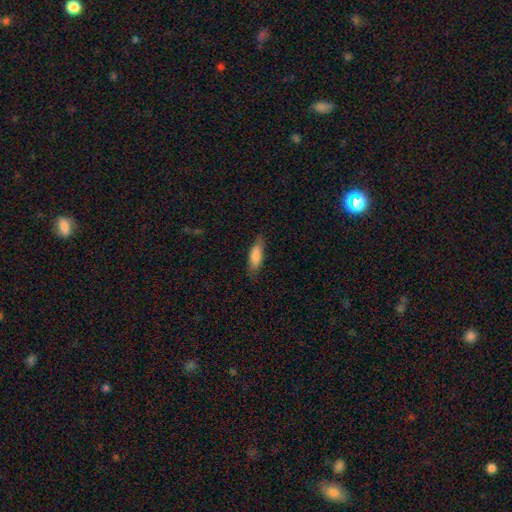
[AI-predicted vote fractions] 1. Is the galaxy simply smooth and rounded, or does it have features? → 84% smooth, 10% featured or disk, 6% star or artifact.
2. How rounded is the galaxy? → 54% in between, 44% cigar-shaped, 2% round.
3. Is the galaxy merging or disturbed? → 79% none, 16% minor disturbance, 3% major disturbance, 1% merger.